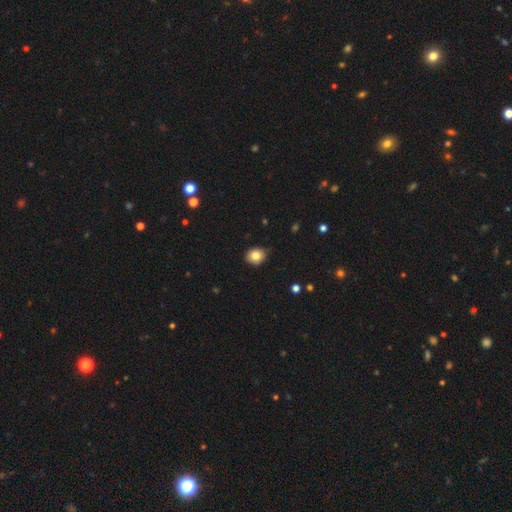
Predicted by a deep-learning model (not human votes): Smooth or featured? smooth (82%)
How rounded? round (63%)
Merging? none (81%)